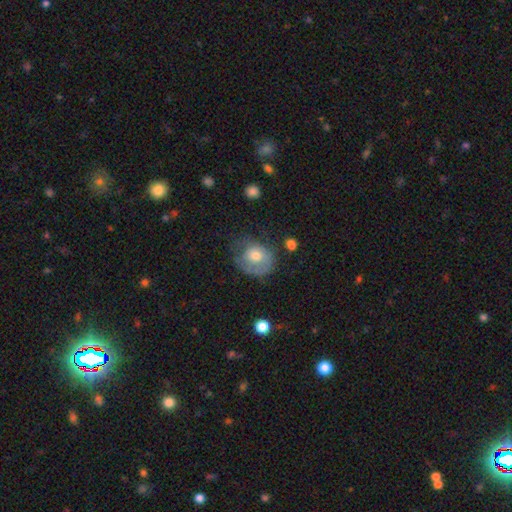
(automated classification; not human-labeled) Overall: smooth (56%; featured or disk 36%). How rounded: round (63%; in between 36%). Merging: none (42%; minor disturbance 30%).